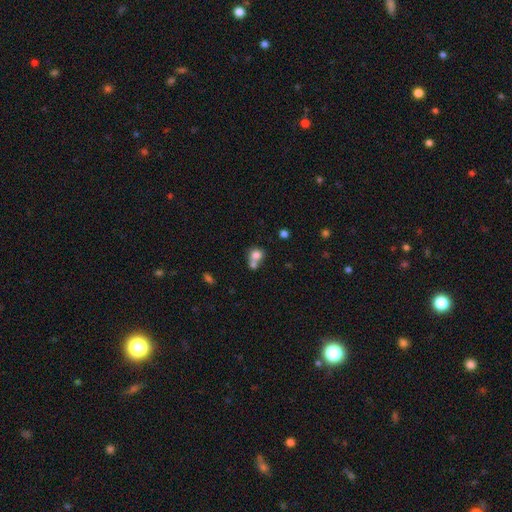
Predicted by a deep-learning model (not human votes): smooth-or-featured: smooth: 76% | featured or disk: 14% | star or artifact: 11%
  how-rounded: round: 70% | in between: 29% | cigar-shaped: 1%
  merging: merger: 58% | none: 29% | minor disturbance: 8% | major disturbance: 5%